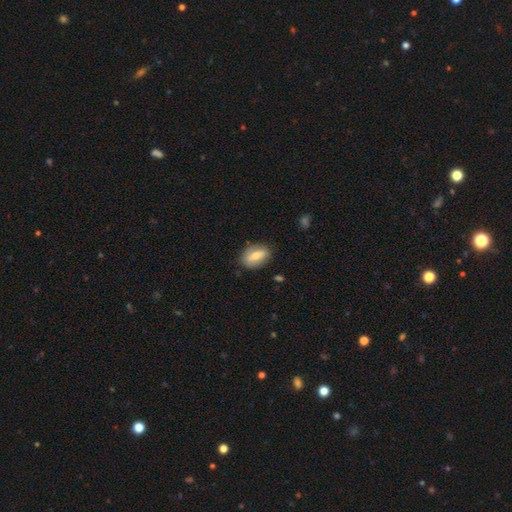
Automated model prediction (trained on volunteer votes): Smooth or featured? smooth (64%)
How rounded? in between (85%)
Merging? none (80%)